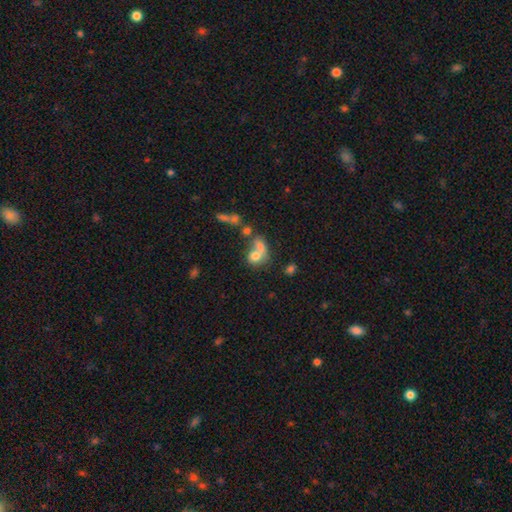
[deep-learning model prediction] Smooth or featured?
  - smooth: 69% *
  - featured or disk: 19%
  - star or artifact: 12%
How rounded?
  - round: 57% *
  - in between: 41%
  - cigar-shaped: 2%
Merging?
  - merger: 59% *
  - none: 24%
  - minor disturbance: 8%
  - major disturbance: 8%